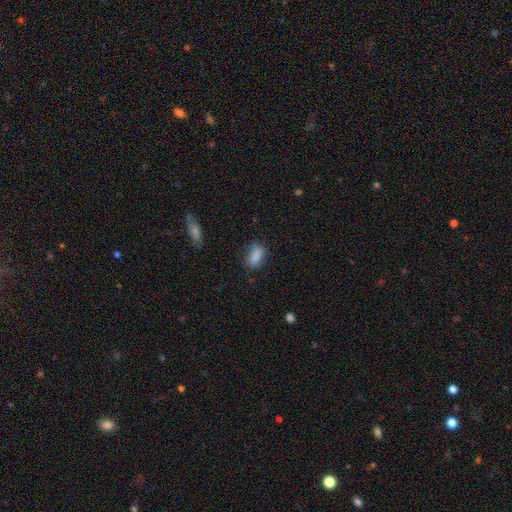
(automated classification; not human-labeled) smooth-or-featured: smooth: 85% | star or artifact: 8% | featured or disk: 7%
  how-rounded: in between: 82% | cigar-shaped: 11% | round: 6%
  merging: none: 72% | minor disturbance: 20% | major disturbance: 5% | merger: 2%